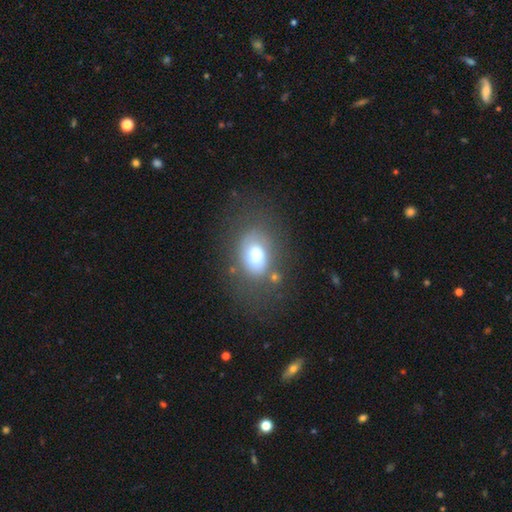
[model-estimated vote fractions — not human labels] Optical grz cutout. It shows a smooth galaxy with no disk features (69%) that is in between round and cigar-shaped (79%). Merging: none (58%).